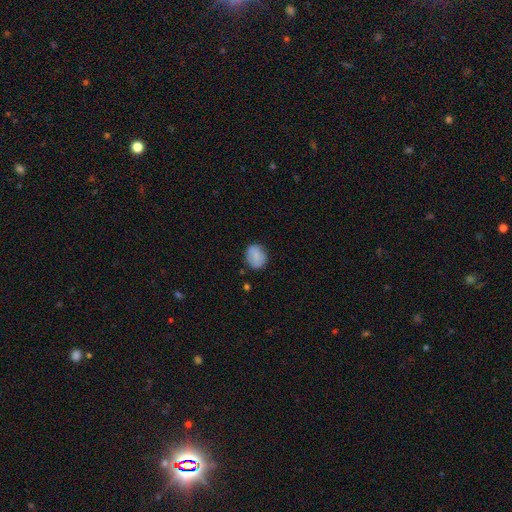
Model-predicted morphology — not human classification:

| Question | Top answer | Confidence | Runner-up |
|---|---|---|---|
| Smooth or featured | smooth | 80% | featured or disk (13%) |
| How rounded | round | 55% | in between (44%) |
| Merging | none | 80% | minor disturbance (15%) |